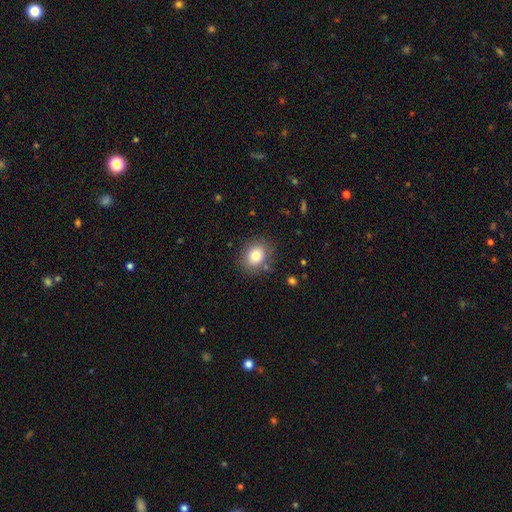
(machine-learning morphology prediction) type=smooth (80%); roundness=round (57%); merging=none (83%).